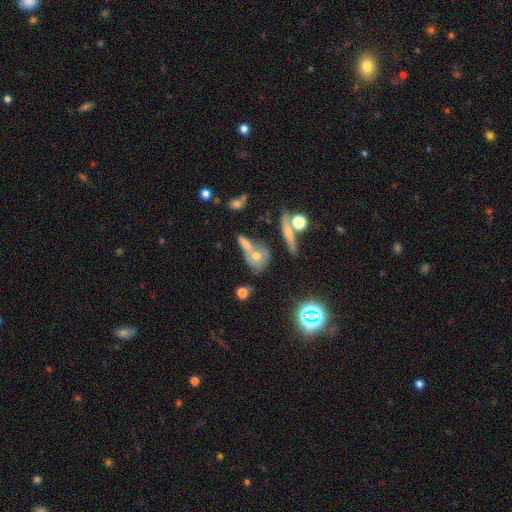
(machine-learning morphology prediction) Smooth or featured?
  - smooth: 47% *
  - featured or disk: 34%
  - star or artifact: 20%
Merging?
  - none: 40% *
  - merger: 37%
  - minor disturbance: 15%
  - major disturbance: 9%